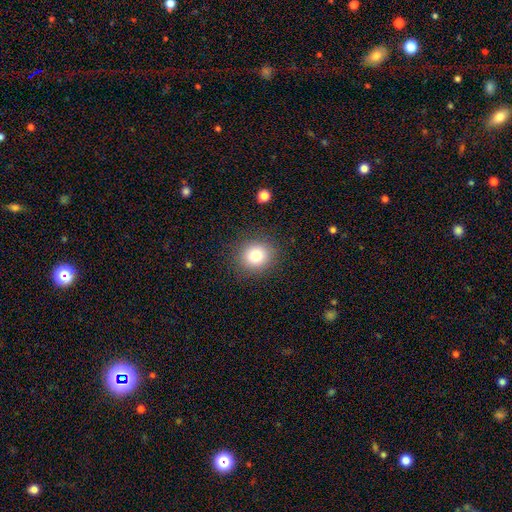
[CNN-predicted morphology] Smooth or featured? smooth (80%)
How rounded? round (84%)
Merging? none (88%)